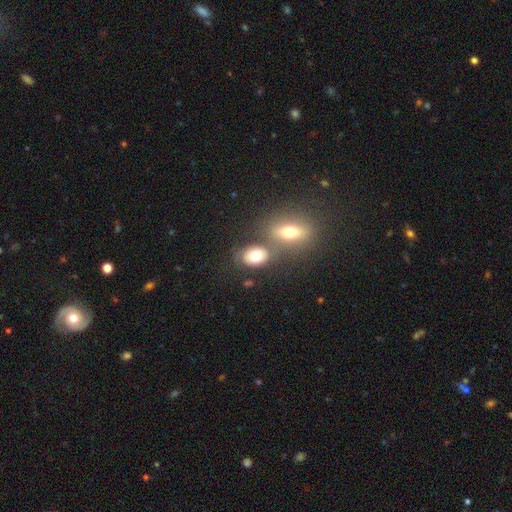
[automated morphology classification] Smooth or featured? smooth (74%)
How rounded? in between (76%)
Merging? none (52%)